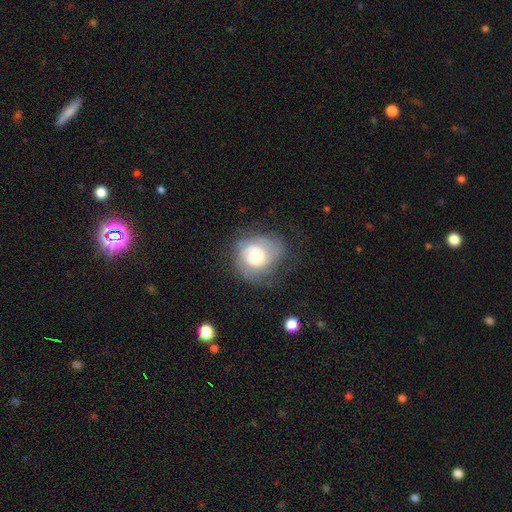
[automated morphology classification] type=featured or disk (59%); edge-on=no (98%); bar=no (77%); spiral arms=yes (83%); bulge=moderate (42%); merging=none (57%).